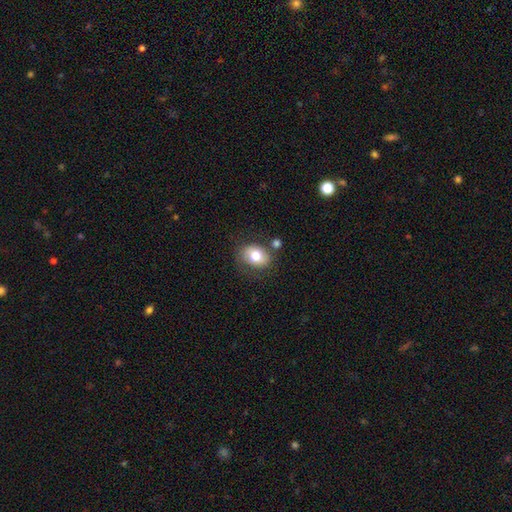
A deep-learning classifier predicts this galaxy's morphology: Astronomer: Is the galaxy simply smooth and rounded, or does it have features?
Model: smooth — 74%.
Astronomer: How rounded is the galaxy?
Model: in between — 61% (runner-up: round, 38%).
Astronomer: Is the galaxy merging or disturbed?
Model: none — 68%.